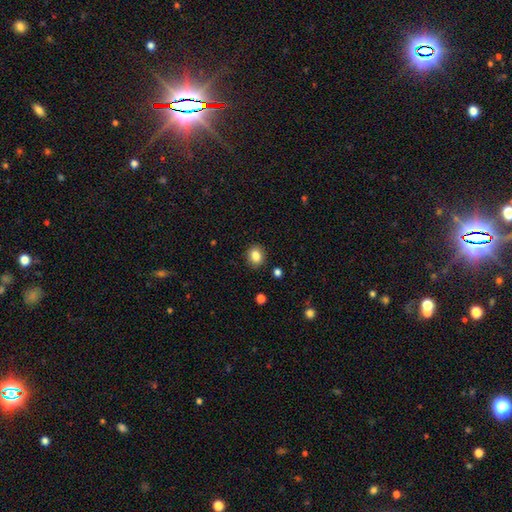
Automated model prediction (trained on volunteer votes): This is clearly a smooth galaxy (84%). How rounded: likely round (65%). Merging: clearly none (90%).